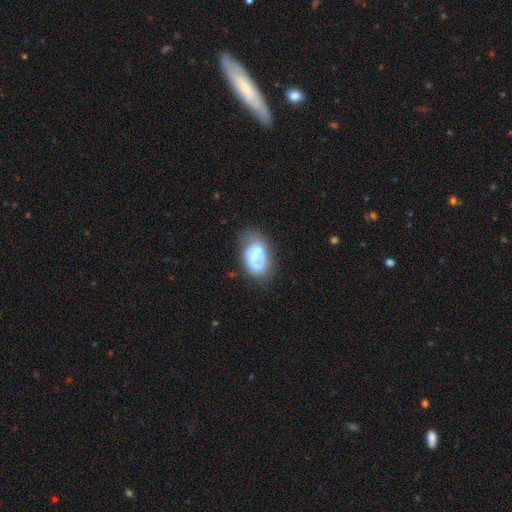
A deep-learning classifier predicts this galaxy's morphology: smooth 47%, featured or disk 45%, star or artifact 9%. Down the decision tree: merging — none (38%).